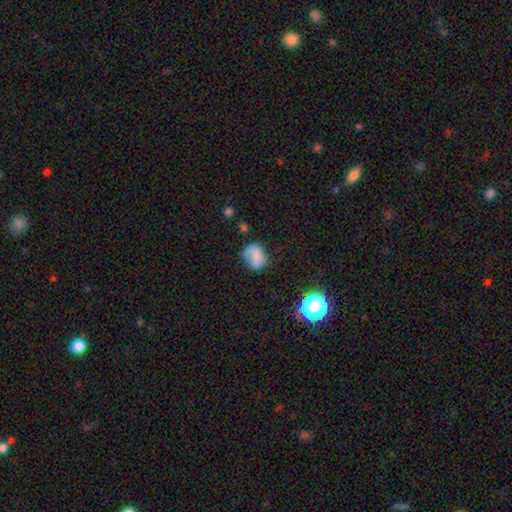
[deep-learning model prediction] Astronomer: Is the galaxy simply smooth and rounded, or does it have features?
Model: smooth — 64%.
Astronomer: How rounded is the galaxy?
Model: in between — 56% (runner-up: round, 42%).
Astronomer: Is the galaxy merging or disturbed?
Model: none — 43% (runner-up: minor disturbance, 30%).